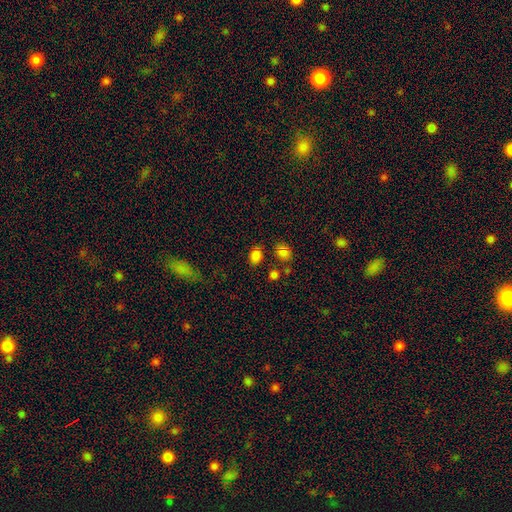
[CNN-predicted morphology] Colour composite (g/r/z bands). It shows a smooth galaxy with no disk features (83%) that is in between round and cigar-shaped (67%). Merging: none (77%).